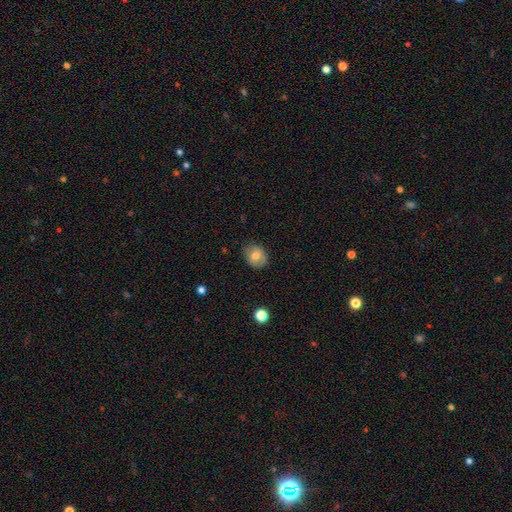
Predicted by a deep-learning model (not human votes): Smooth or featured? Predicted: smooth (p=0.75). How rounded? Predicted: round (p=0.61). Merging? Predicted: none (p=0.79).